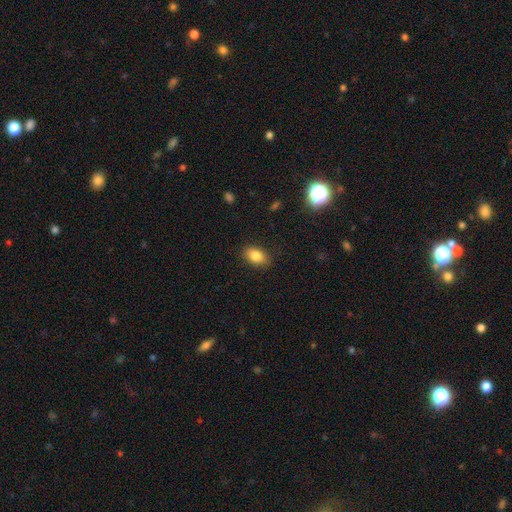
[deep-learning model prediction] Smooth or featured? smooth (84%)
How rounded? in between (88%)
Merging? none (87%)